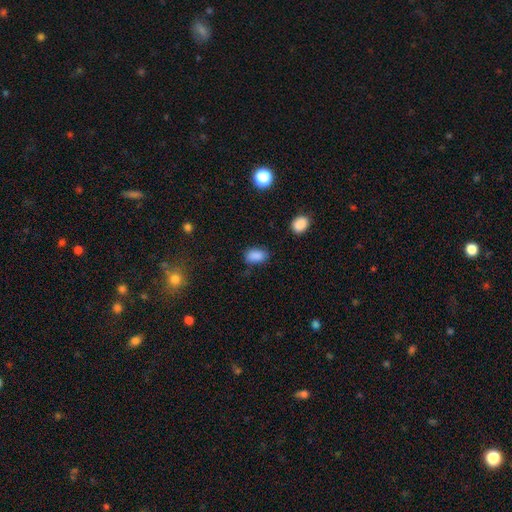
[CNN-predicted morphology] A smooth galaxy with no disk features (87%) that is in between round and cigar-shaped (89%).

Vote fractions:
- Smooth or featured? smooth: 87% / star or artifact: 9% / featured or disk: 4%
- How rounded? in between: 89% / round: 9% / cigar-shaped: 2%
- Merging? none: 74% / minor disturbance: 19% / major disturbance: 5% / merger: 2%